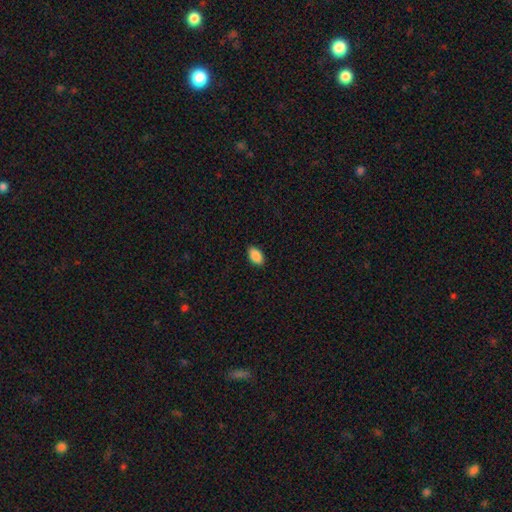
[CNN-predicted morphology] Smooth or featured: smooth — 89% (star or artifact — 7%)
How rounded: in between — 93% (round — 5%)
Merging: none — 89% (minor disturbance — 8%)